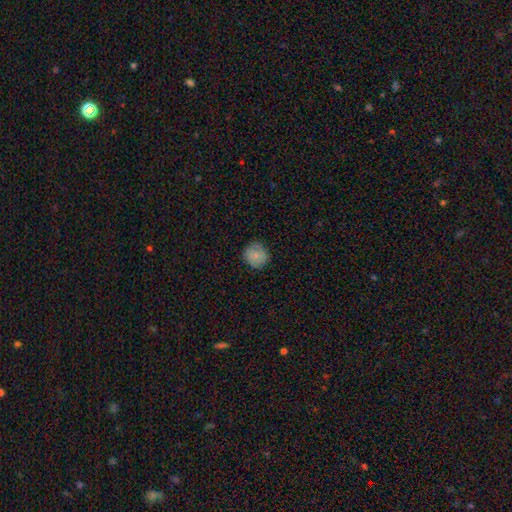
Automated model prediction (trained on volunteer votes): smooth_or_featured: smooth (p=0.80) [alt: featured or disk p=0.12]
how_rounded: round (p=0.93) [alt: in between p=0.06]
merging: none (p=0.84) [alt: minor disturbance p=0.12]